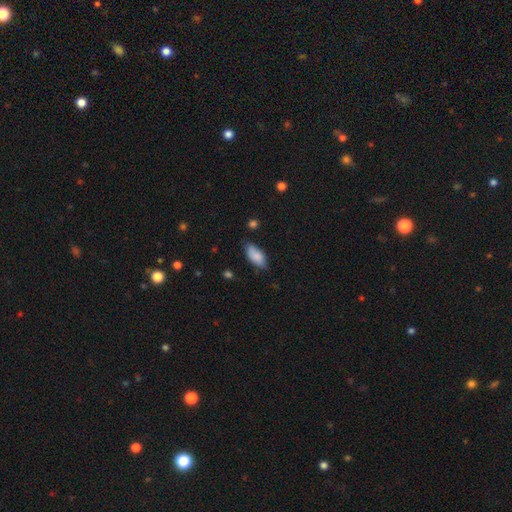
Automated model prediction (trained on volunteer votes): Smooth or featured? smooth (83%)
How rounded? in between (90%)
Merging? none (70%)